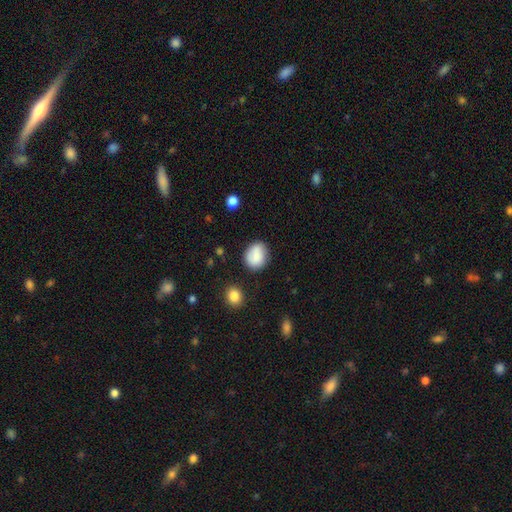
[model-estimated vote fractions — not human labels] The model was most divided on "how rounded": round: 60%, in between: 39%, cigar-shaped: 1%. More confident: smooth or featured — smooth (78%); merging — none (73%).